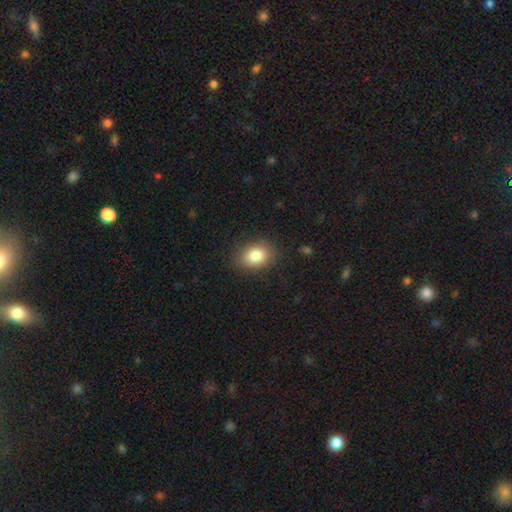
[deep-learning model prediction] A smooth galaxy with no disk features (84%) that is in between round and cigar-shaped (77%).

Vote fractions:
- Smooth or featured? smooth: 84% / star or artifact: 8% / featured or disk: 8%
- How rounded? in between: 77% / round: 22% / cigar-shaped: 1%
- Merging? none: 85% / minor disturbance: 10% / major disturbance: 3% / merger: 1%